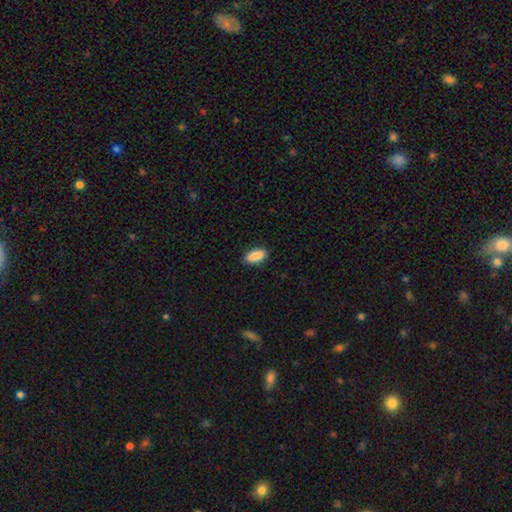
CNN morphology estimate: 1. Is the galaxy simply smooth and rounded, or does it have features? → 89% smooth, 7% star or artifact, 5% featured or disk.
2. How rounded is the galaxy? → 85% in between, 13% cigar-shaped, 2% round.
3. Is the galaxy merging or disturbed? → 87% none, 10% minor disturbance, 2% major disturbance, 1% merger.